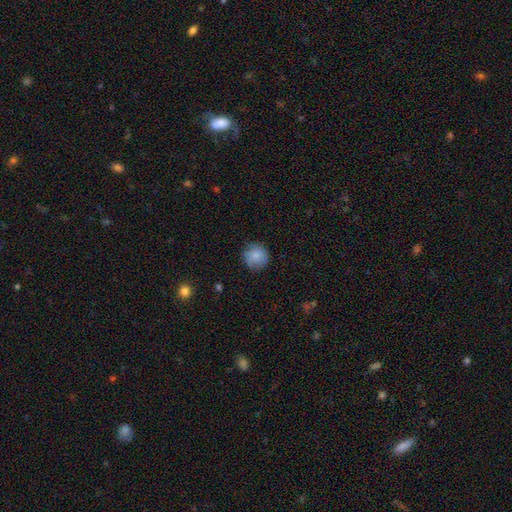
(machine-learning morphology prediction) Overall: smooth (82%). How rounded: round (93%). Merging: none (80%).